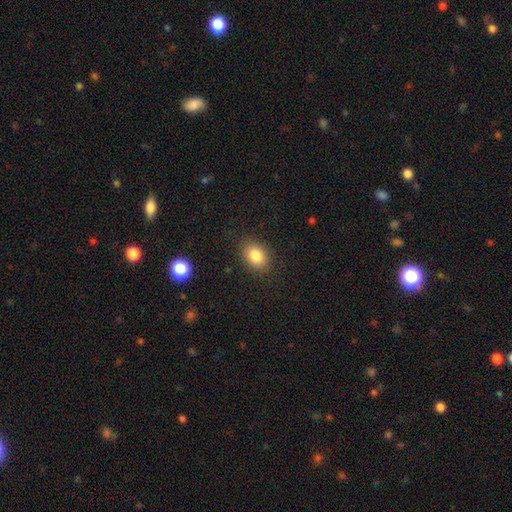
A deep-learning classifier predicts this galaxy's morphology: smooth 83%, star or artifact 10%, featured or disk 7%. Down the decision tree: how rounded — in between (66%); merging — none (86%).